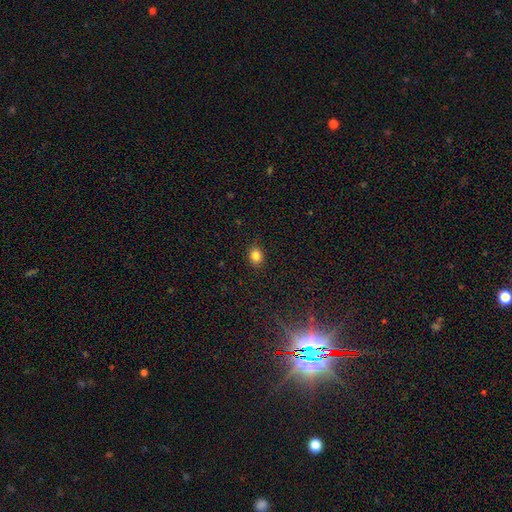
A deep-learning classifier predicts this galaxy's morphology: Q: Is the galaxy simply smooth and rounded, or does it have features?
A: smooth — 83%.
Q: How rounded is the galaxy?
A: round — 58%.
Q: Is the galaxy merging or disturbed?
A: none — 88%.